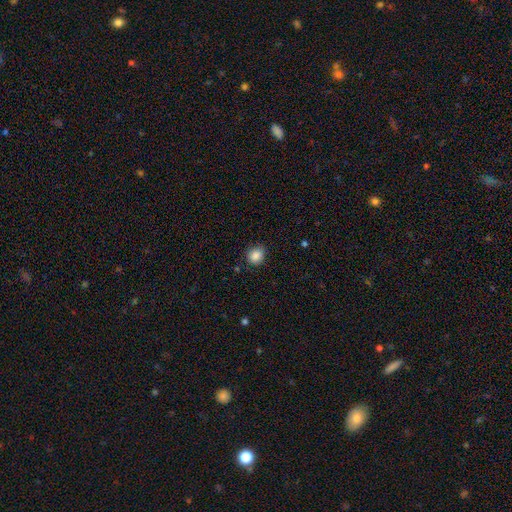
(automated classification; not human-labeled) Smooth or featured?
  - smooth: 87% *
  - star or artifact: 9%
  - featured or disk: 4%
How rounded?
  - round: 73% *
  - in between: 26%
  - cigar-shaped: 1%
Merging?
  - none: 84% *
  - minor disturbance: 12%
  - major disturbance: 3%
  - merger: 1%